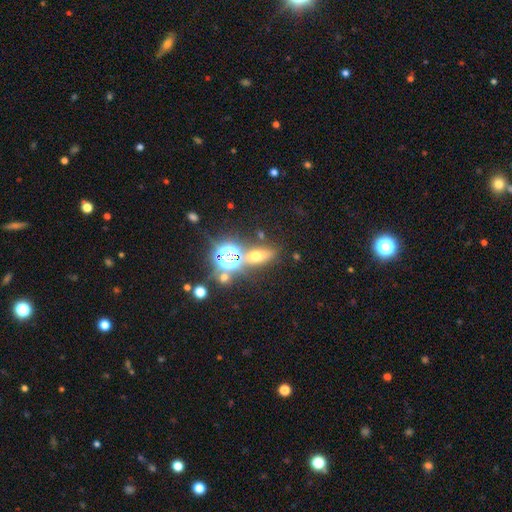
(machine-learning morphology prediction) The model was most divided on "smooth or featured": smooth: 44%, star or artifact: 38%, featured or disk: 19%. More confident: merging — none (69%).